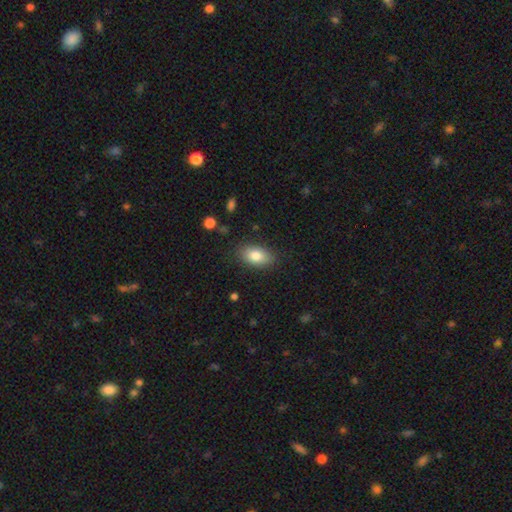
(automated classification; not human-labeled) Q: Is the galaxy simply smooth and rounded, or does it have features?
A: smooth — 82%.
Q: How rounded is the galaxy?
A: in between — 90%.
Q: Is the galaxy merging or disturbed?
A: none — 84%.